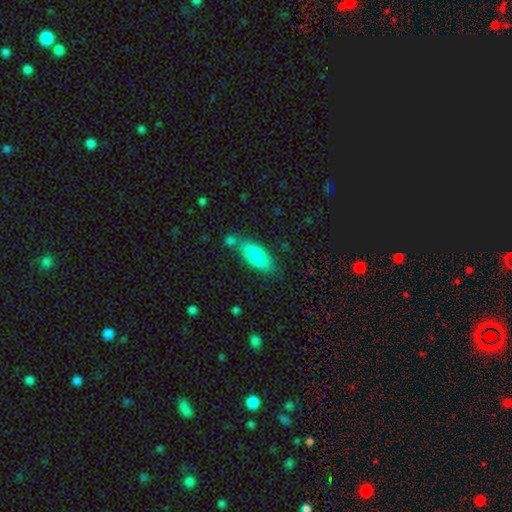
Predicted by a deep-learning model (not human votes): Morphology: type=smooth (80%); roundness=in between (80%); merging=none (66%).